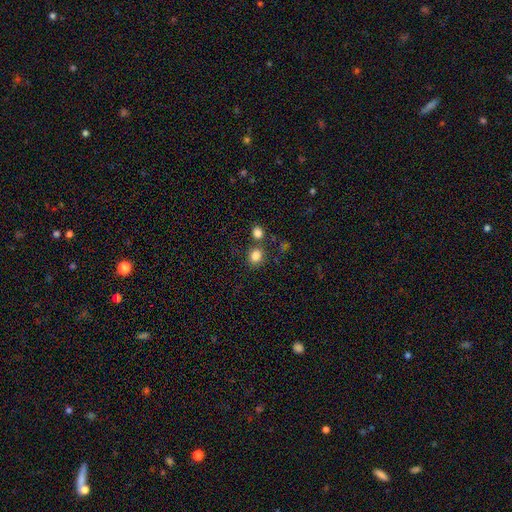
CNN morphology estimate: smooth_or_featured: smooth (p=0.83) [alt: star or artifact p=0.11]
how_rounded: round (p=0.63) [alt: in between p=0.36]
merging: none (p=0.71) [alt: merger p=0.16]